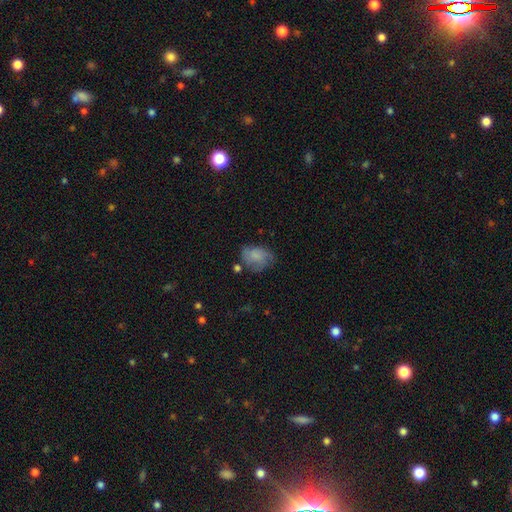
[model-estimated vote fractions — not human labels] Q: Smooth or featured?
A: smooth (66%); runner-up: featured or disk (25%)
Q: How rounded?
A: in between (63%); runner-up: round (35%)
Q: Merging?
A: none (50%); runner-up: minor disturbance (30%)